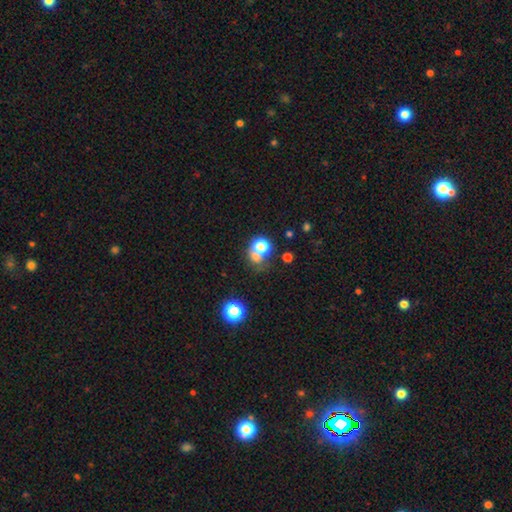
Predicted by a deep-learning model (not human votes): smooth 66%, star or artifact 20%, featured or disk 14%. Down the decision tree: how rounded — round (72%); merging — merger (43%).